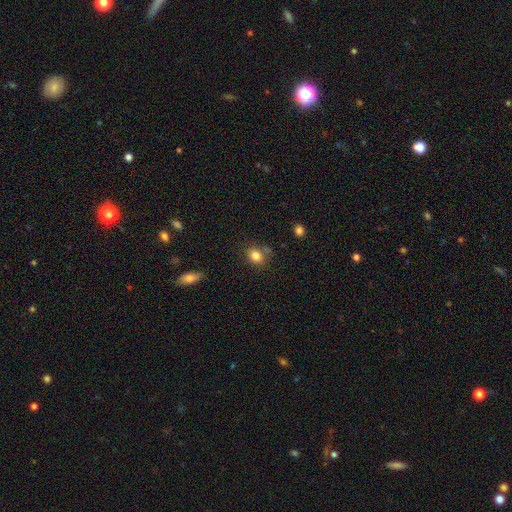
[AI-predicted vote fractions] smooth_or_featured: smooth (p=0.83) [alt: star or artifact p=0.10]
how_rounded: round (p=0.60) [alt: in between p=0.39]
merging: none (p=0.70) [alt: minor disturbance p=0.18]